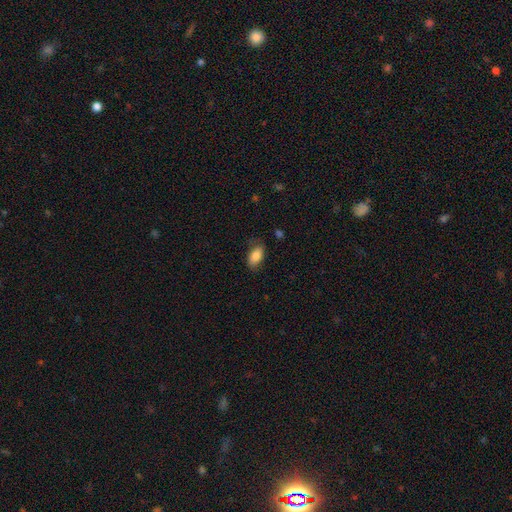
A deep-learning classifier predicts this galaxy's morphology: Smooth or featured: smooth — 85% (featured or disk — 8%)
How rounded: in between — 92% (round — 4%)
Merging: none — 75% (minor disturbance — 19%)